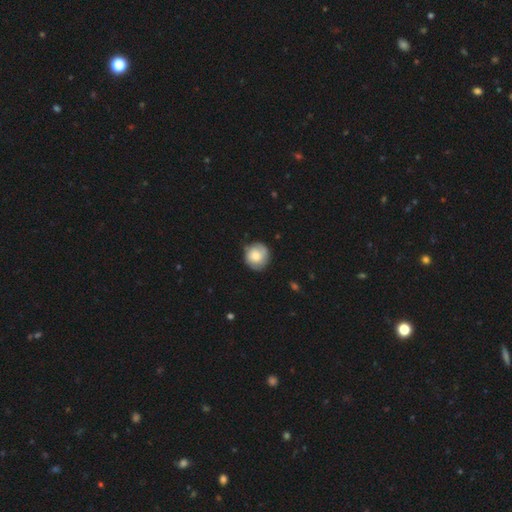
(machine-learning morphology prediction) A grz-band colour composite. It shows a smooth galaxy with no disk features (71%) that is round (90%). Merging: none (76%).